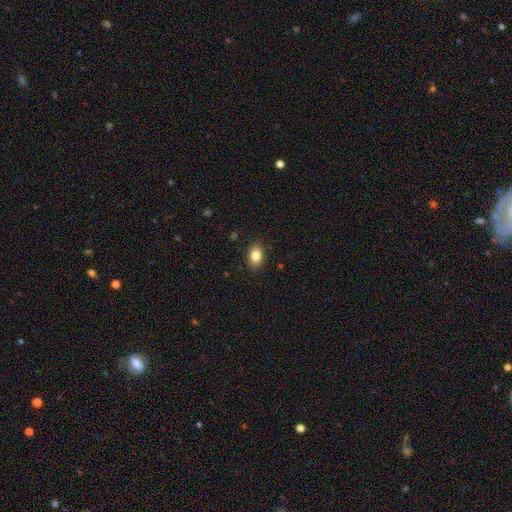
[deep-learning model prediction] Smooth or featured: smooth — 84% (star or artifact — 9%)
How rounded: in between — 79% (round — 19%)
Merging: none — 88% (minor disturbance — 9%)